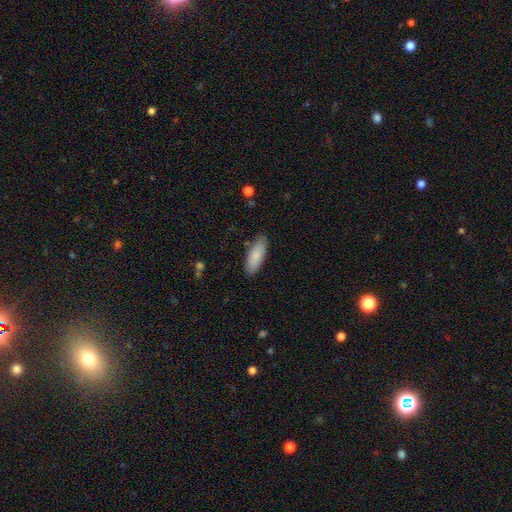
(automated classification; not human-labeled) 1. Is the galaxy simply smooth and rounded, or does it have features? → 84% smooth, 10% featured or disk, 6% star or artifact.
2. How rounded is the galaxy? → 69% in between, 30% cigar-shaped, 2% round.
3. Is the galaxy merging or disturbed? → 84% none, 13% minor disturbance, 2% major disturbance, 1% merger.